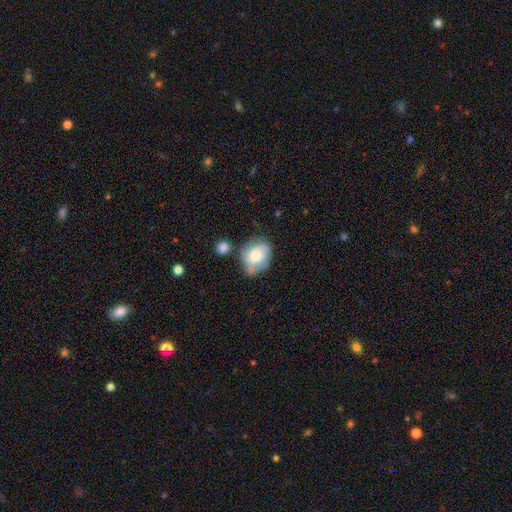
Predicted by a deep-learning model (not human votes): Overall: smooth (58%; featured or disk 34%). How rounded: in between (53%; round 46%). Merging: none (47%; minor disturbance 30%).